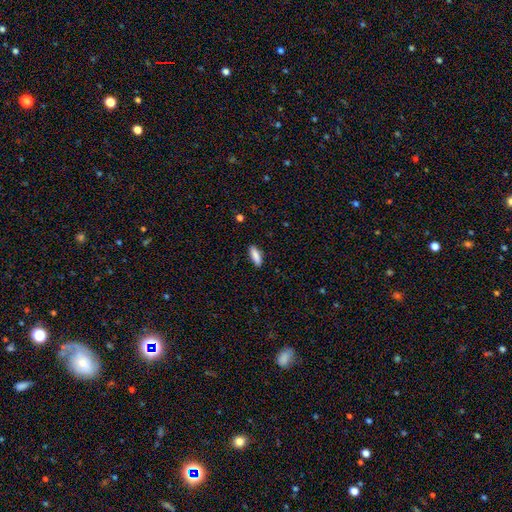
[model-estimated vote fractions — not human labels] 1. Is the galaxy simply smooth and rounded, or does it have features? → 87% smooth, 6% star or artifact, 6% featured or disk.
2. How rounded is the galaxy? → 60% in between, 38% cigar-shaped, 2% round.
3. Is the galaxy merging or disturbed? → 88% none, 9% minor disturbance, 2% major disturbance, 1% merger.